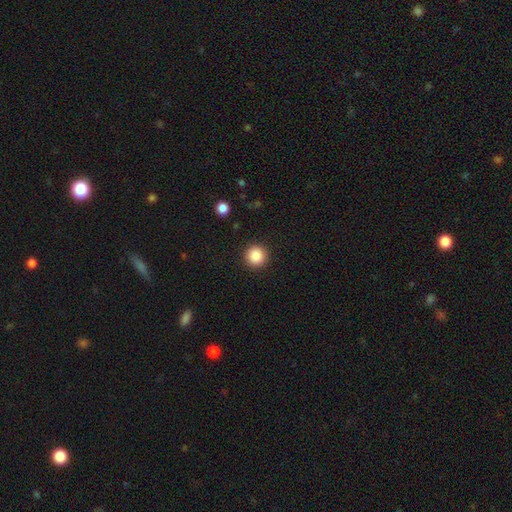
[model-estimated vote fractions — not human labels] smooth-or-featured: smooth: 88% | star or artifact: 9% | featured or disk: 3%
  how-rounded: round: 95% | in between: 4% | cigar-shaped: 1%
  merging: none: 92% | minor disturbance: 5% | major disturbance: 2% | merger: 1%